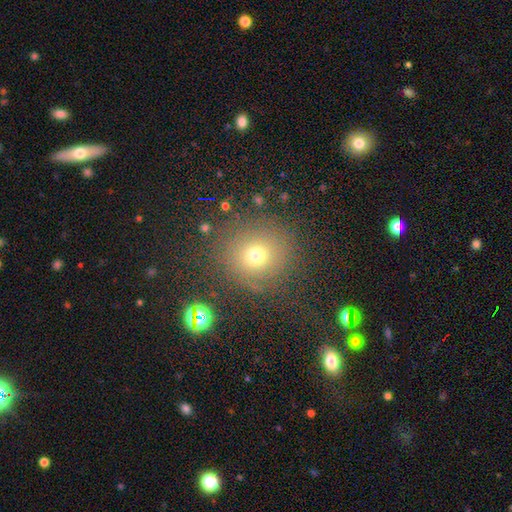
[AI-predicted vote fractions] A smooth galaxy with no disk features (69%) that is round (89%).

Vote fractions:
- Smooth or featured? smooth: 69% / star or artifact: 21% / featured or disk: 11%
- How rounded? round: 89% / in between: 10% / cigar-shaped: 1%
- Merging? none: 81% / minor disturbance: 10% / major disturbance: 6% / merger: 3%